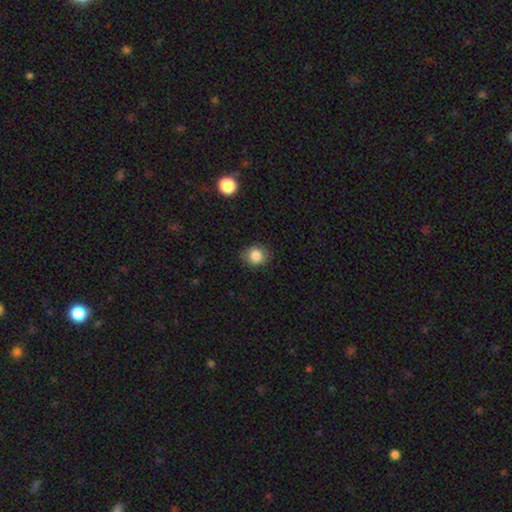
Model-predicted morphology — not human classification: A smooth galaxy with no disk features (85%) that is round (71%).

Vote fractions:
- Smooth or featured? smooth: 85% / star or artifact: 10% / featured or disk: 5%
- How rounded? round: 71% / in between: 28% / cigar-shaped: 1%
- Merging? none: 83% / minor disturbance: 13% / major disturbance: 3% / merger: 1%